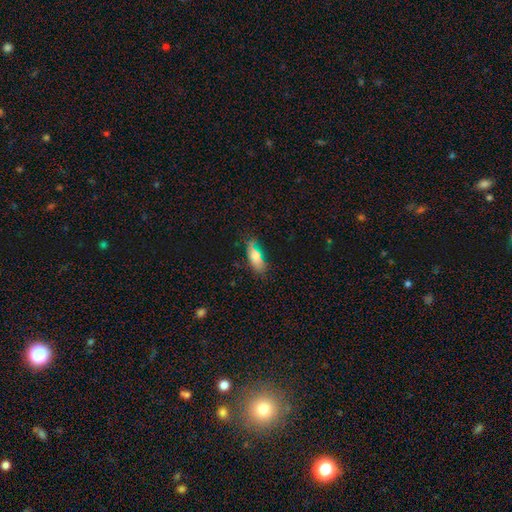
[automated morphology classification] smooth-or-featured: smooth: 73% | featured or disk: 14% | star or artifact: 13%
  how-rounded: in between: 76% | cigar-shaped: 21% | round: 4%
  merging: none: 62% | minor disturbance: 24% | major disturbance: 9% | merger: 5%